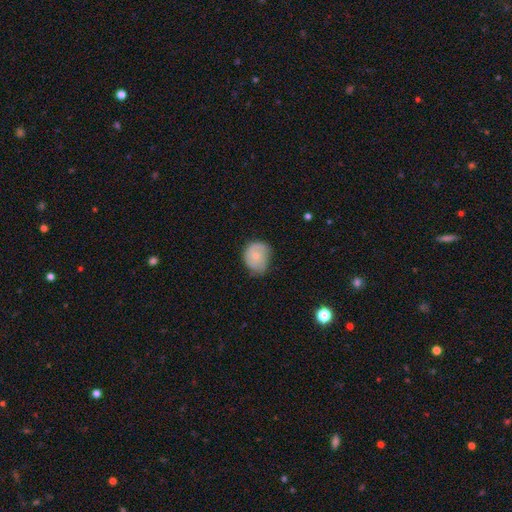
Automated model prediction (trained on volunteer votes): This is likely a smooth galaxy (64%). How rounded: likely round (63%). Merging: possibly none (47%).